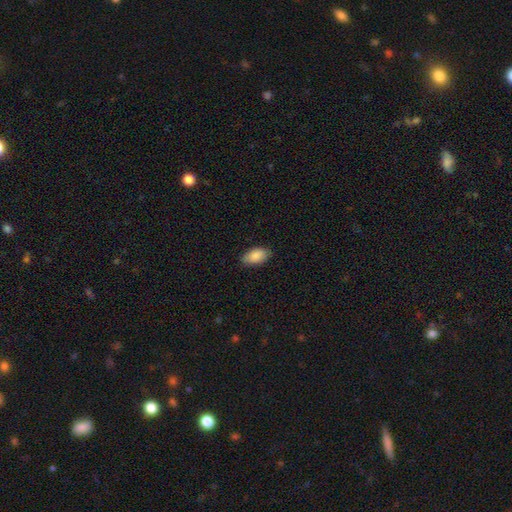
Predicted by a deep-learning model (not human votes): smooth_or_featured: smooth (p=0.88) [alt: star or artifact p=0.06]
how_rounded: in between (p=0.94) [alt: round p=0.04]
merging: none (p=0.83) [alt: minor disturbance p=0.13]